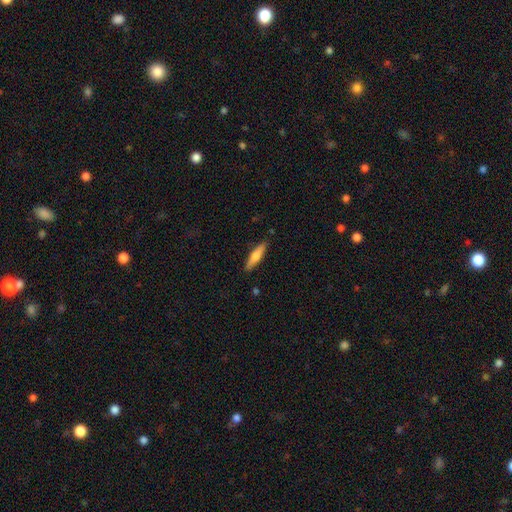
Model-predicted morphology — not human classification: smooth_or_featured: smooth (p=0.61) [alt: featured or disk p=0.34]
how_rounded: cigar-shaped (p=0.80) [alt: in between p=0.19]
merging: none (p=0.88) [alt: minor disturbance p=0.09]